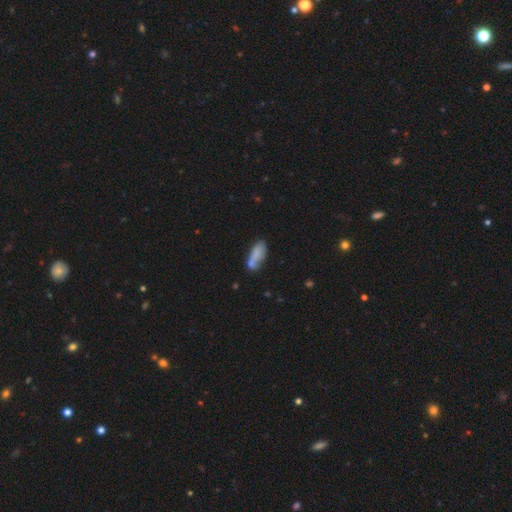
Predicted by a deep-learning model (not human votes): Morphology: type=smooth (75%); roundness=in between (70%); merging=none (45%).